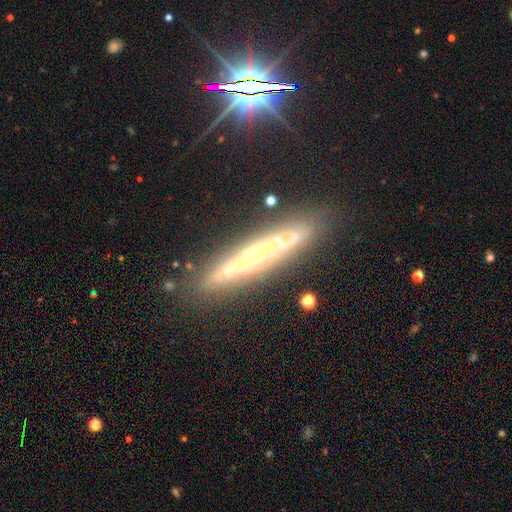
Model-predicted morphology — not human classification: Smooth or featured? Predicted: featured or disk (p=0.74). Edge-on disk? Predicted: yes (p=0.82). Edge-on bulge? Predicted: rounded (p=0.45). Merging? Predicted: none (p=0.81).